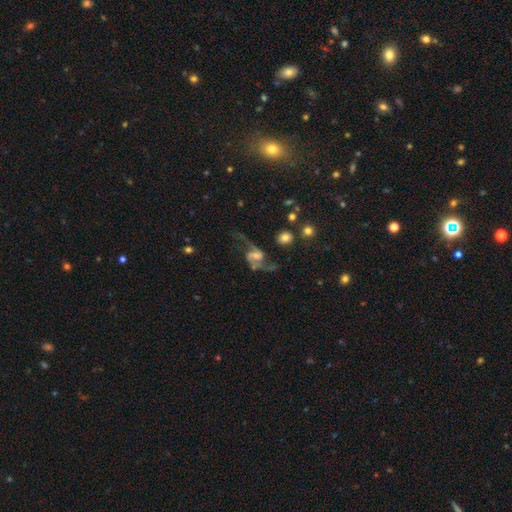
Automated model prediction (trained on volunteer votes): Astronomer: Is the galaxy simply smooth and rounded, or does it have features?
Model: featured or disk — 85%.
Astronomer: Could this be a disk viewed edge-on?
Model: no — 97%.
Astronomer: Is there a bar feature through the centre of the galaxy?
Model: weak — 48% (runner-up: no, 32%).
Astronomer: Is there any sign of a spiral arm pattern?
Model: yes — 95%.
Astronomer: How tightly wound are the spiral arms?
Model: loose — 79%.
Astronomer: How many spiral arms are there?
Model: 2 — 93%.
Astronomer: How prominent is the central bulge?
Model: moderate — 42% (runner-up: small, 34%).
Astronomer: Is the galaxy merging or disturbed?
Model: none — 59%.